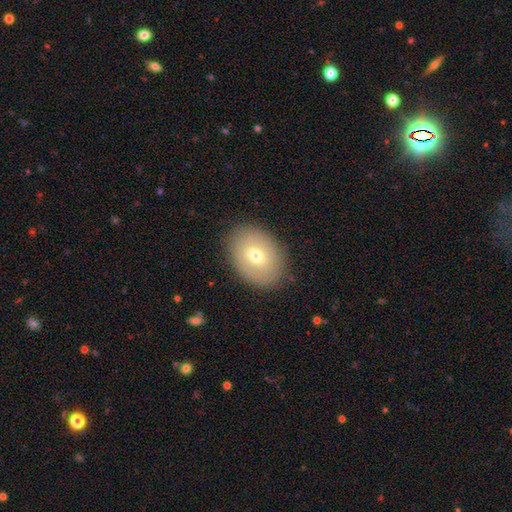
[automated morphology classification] smooth 64%, featured or disk 27%, star or artifact 9%. Down the decision tree: how rounded — in between (74%); merging — none (86%).